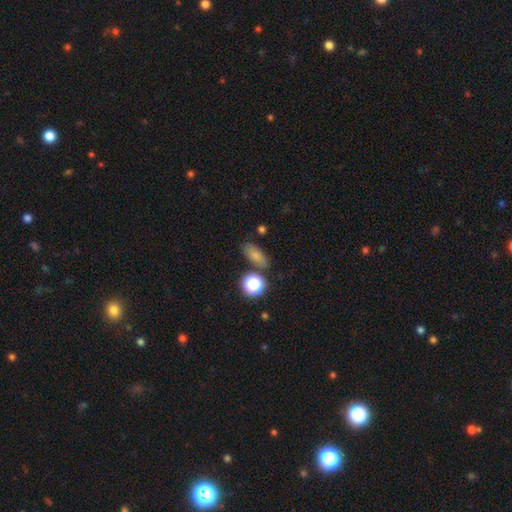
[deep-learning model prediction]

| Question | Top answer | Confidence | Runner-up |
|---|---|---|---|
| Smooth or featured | smooth | 78% | star or artifact (14%) |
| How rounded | in between | 74% | round (16%) |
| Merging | none | 73% | minor disturbance (14%) |